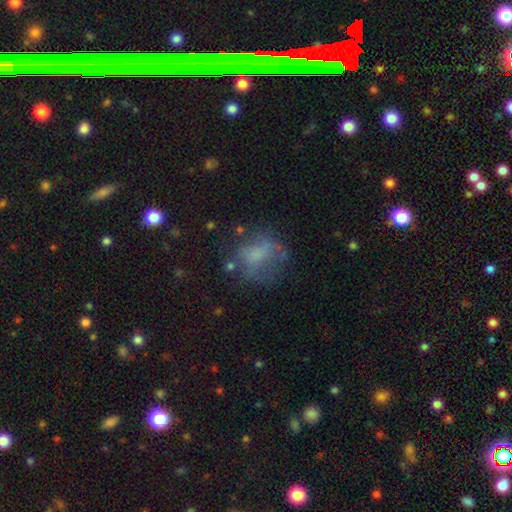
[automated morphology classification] A smooth galaxy with no disk features (54%) that is round (57%).

Vote fractions:
- Smooth or featured? smooth: 54% / featured or disk: 32% / star or artifact: 14%
- How rounded? round: 57% / in between: 41% / cigar-shaped: 2%
- Merging? none: 42% / major disturbance: 30% / minor disturbance: 23% / merger: 5%